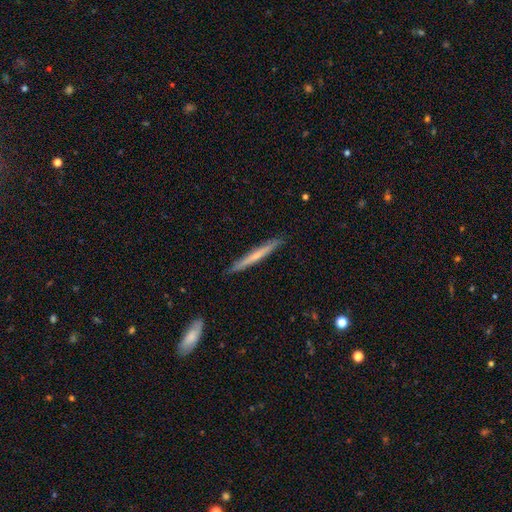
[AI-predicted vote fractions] smooth-or-featured: smooth: 48% | featured or disk: 46% | star or artifact: 6%
  merging: none: 90% | minor disturbance: 8% | major disturbance: 1% | merger: 1%